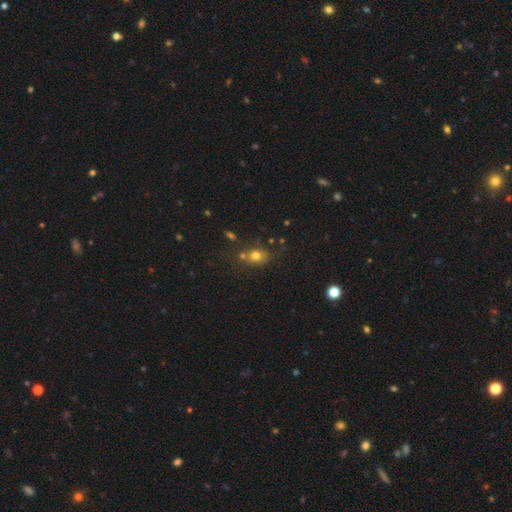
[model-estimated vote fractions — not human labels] This appears to be a smooth galaxy with no disk features (73%) that is round (54%). Merging: none (62%).